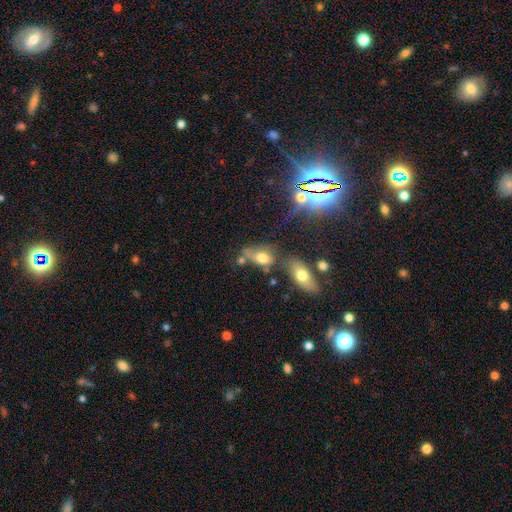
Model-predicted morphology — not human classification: smooth-or-featured: smooth: 49% | star or artifact: 31% | featured or disk: 21%
  merging: none: 49% | merger: 23% | minor disturbance: 18% | major disturbance: 10%